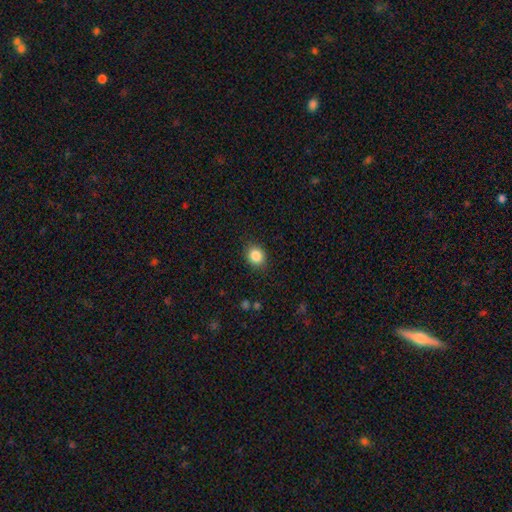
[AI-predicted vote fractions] Smooth or featured: smooth — 86% (star or artifact — 10%)
How rounded: round — 67% (in between — 32%)
Merging: none — 87% (minor disturbance — 10%)